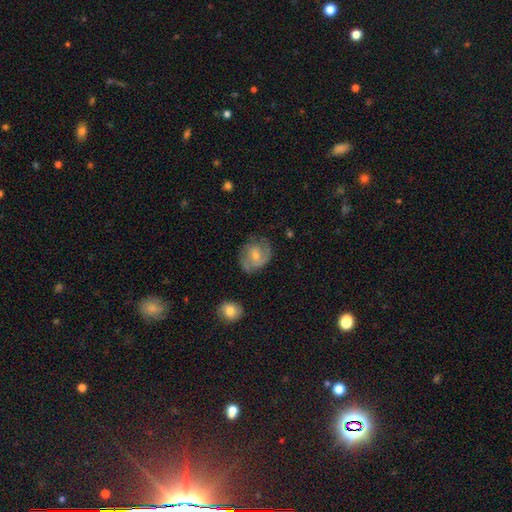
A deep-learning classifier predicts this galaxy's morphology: A featured or disk galaxy (66%) with no bar (51%), 2 (62%) medium (44%) spiral arms (89%) and a moderate central bulge (48%). Merging: none (67%).